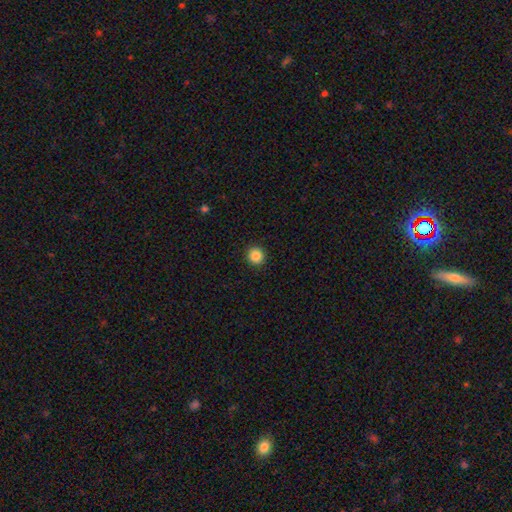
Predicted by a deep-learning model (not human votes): Morphology: type=smooth (86%); roundness=round (93%); merging=none (93%).